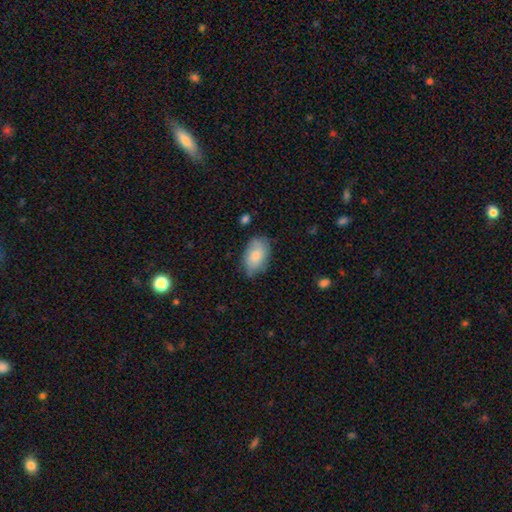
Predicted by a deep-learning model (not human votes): A smooth galaxy with no disk features (75%) that is in between round and cigar-shaped (91%).

Vote fractions:
- Smooth or featured? smooth: 75% / featured or disk: 18% / star or artifact: 6%
- How rounded? in between: 91% / round: 8% / cigar-shaped: 2%
- Merging? none: 66% / minor disturbance: 26% / major disturbance: 6% / merger: 2%